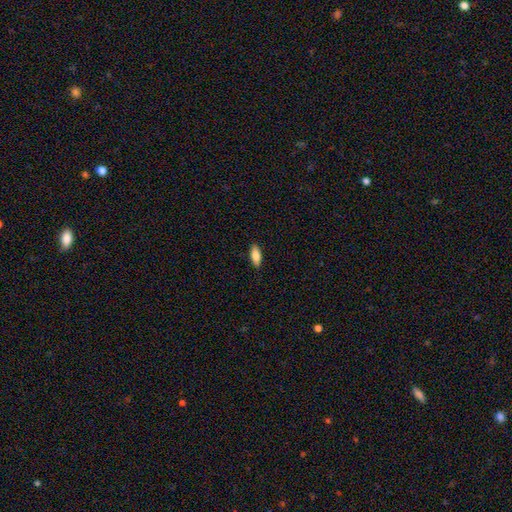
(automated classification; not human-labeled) Smooth or featured? Predicted: smooth (p=0.80). How rounded? Predicted: in between (p=0.78). Merging? Predicted: none (p=0.88).